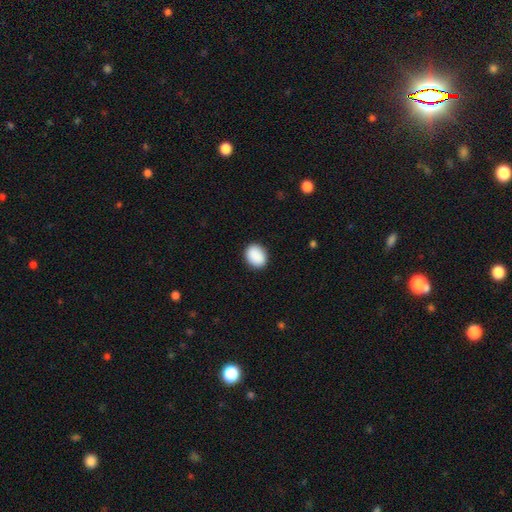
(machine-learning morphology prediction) A smooth galaxy with no disk features (90%) that is in between round and cigar-shaped (56%). Merging: none (89%).